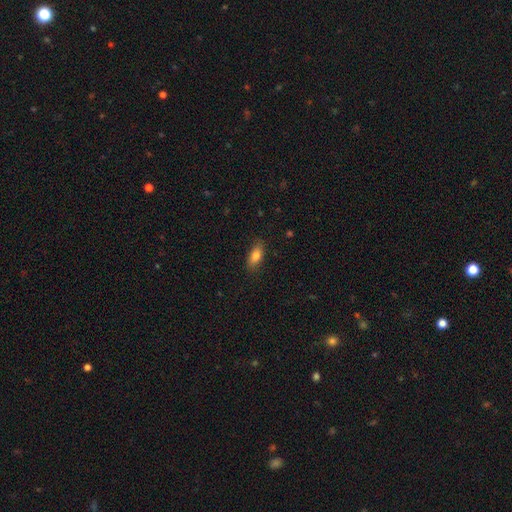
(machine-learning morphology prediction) Overall: smooth (80%). How rounded: in between (81%). Merging: none (83%).